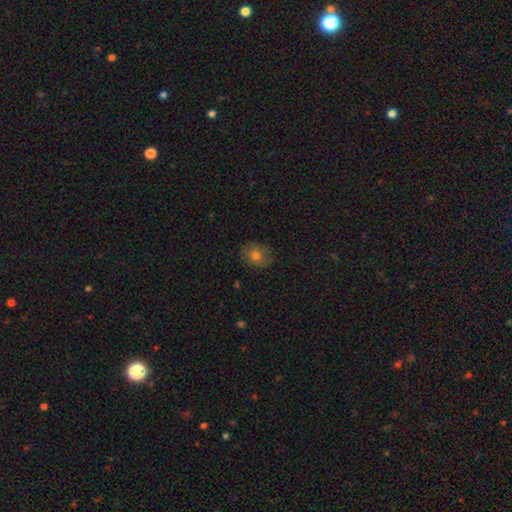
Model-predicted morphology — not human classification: type=smooth (72%); roundness=round (60%); merging=none (81%).